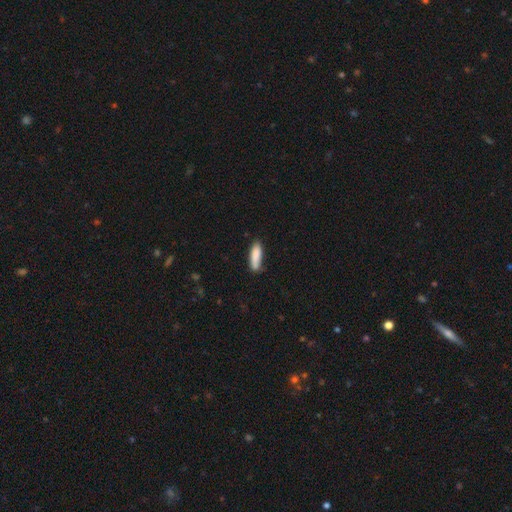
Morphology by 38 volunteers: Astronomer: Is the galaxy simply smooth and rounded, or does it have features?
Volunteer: smooth — 84%.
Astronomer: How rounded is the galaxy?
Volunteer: cigar-shaped — 72%.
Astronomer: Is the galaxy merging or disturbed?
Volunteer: none — 78%.